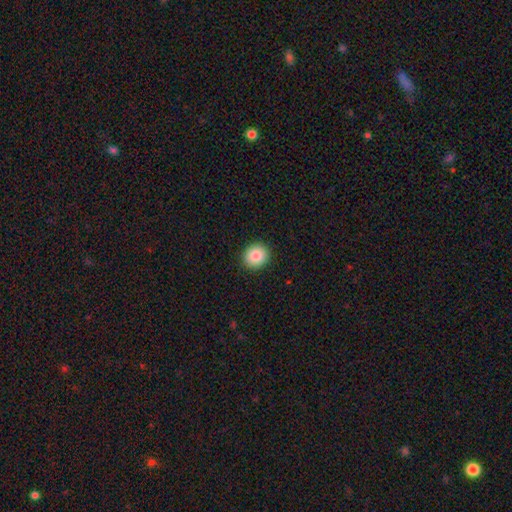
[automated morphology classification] Smooth or featured? Predicted: smooth (p=0.87). How rounded? Predicted: round (p=0.84). Merging? Predicted: none (p=0.92).